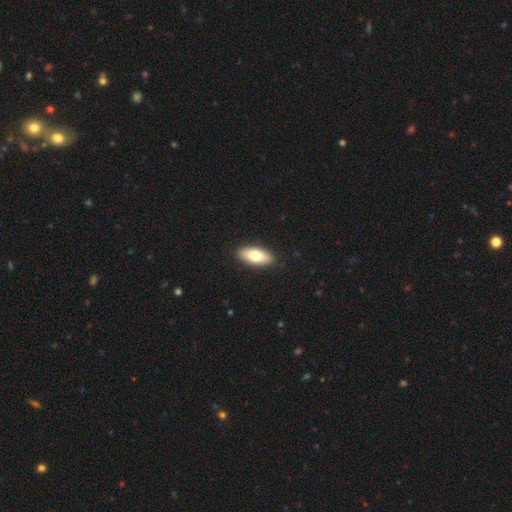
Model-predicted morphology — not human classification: Overall: smooth (74%). How rounded: in between (84%). Merging: none (91%).